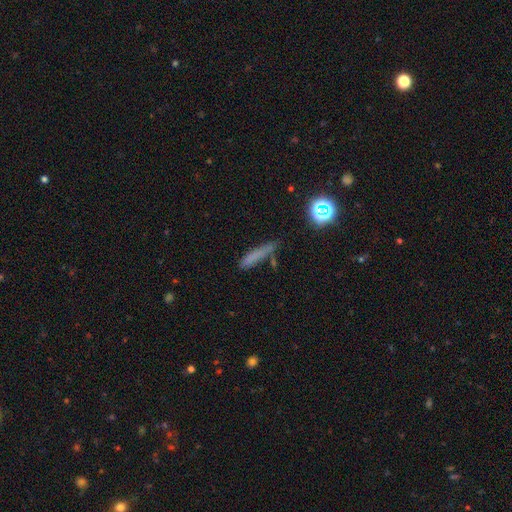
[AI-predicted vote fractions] Q: Smooth or featured?
A: smooth (68%); runner-up: featured or disk (16%)
Q: How rounded?
A: cigar-shaped (87%); runner-up: in between (10%)
Q: Merging?
A: none (68%); runner-up: minor disturbance (20%)